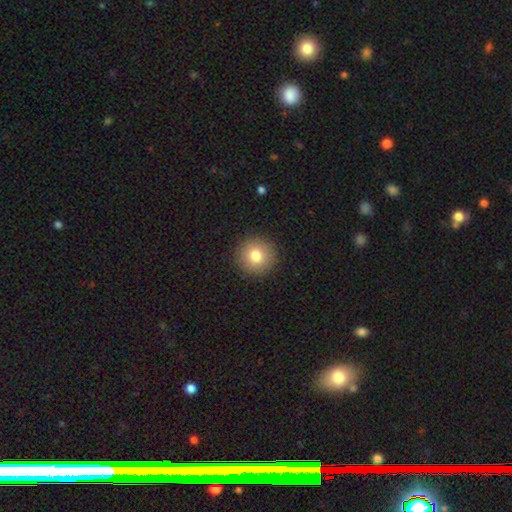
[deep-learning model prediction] Q: Smooth or featured?
A: smooth (79%); runner-up: featured or disk (10%)
Q: How rounded?
A: round (95%); runner-up: in between (4%)
Q: Merging?
A: none (92%); runner-up: minor disturbance (5%)